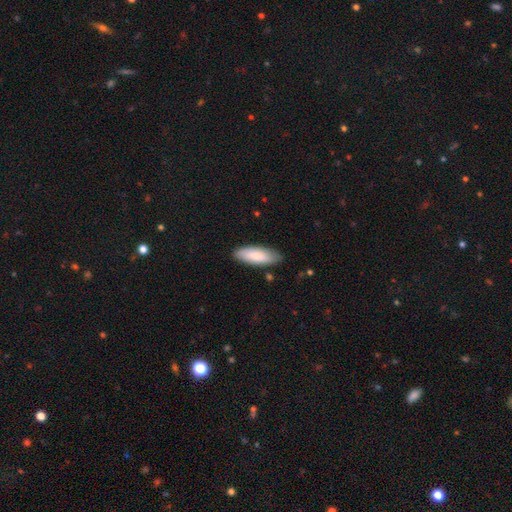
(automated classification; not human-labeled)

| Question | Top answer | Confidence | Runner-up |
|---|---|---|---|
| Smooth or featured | smooth | 84% | featured or disk (11%) |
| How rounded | in between | 70% | cigar-shaped (29%) |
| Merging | none | 84% | minor disturbance (13%) |